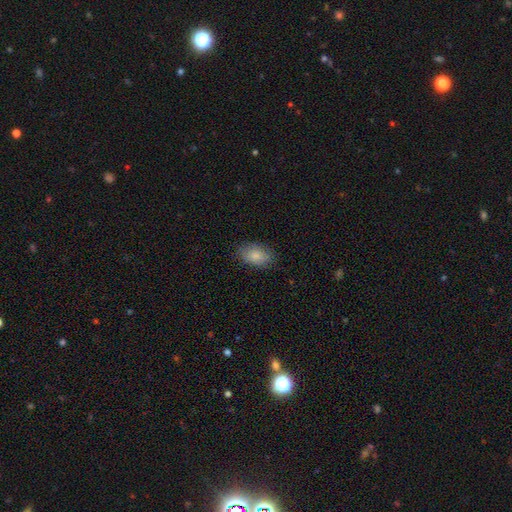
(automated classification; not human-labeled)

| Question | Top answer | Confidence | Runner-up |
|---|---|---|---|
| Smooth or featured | smooth | 84% | featured or disk (9%) |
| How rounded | in between | 91% | round (8%) |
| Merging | none | 82% | minor disturbance (13%) |